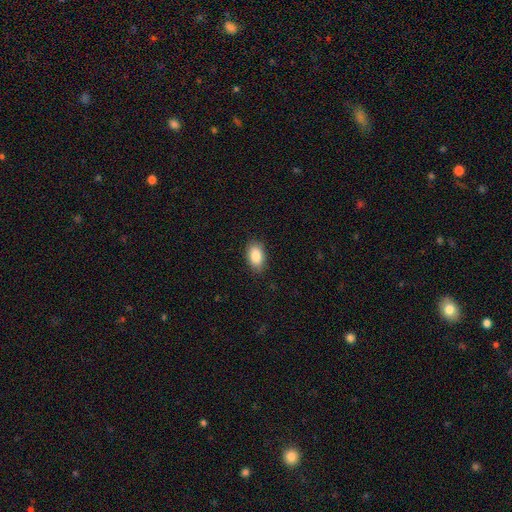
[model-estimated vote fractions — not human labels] The model was most divided on "merging": none: 86%, minor disturbance: 11%, major disturbance: 2%, merger: 1%. More confident: how rounded — in between (92%); smooth or featured — smooth (88%).